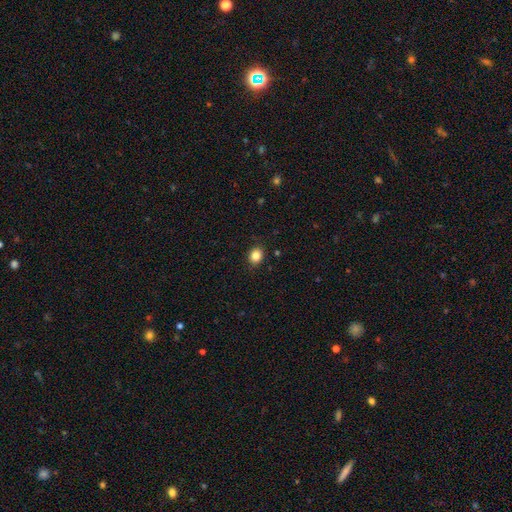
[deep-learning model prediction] Morphology: type=smooth (84%); roundness=round (64%); merging=none (88%).